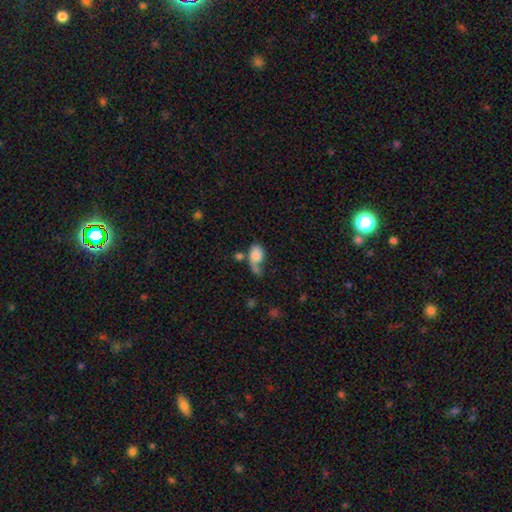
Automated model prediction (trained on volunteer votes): This is likely a smooth galaxy (73%). How rounded: likely in between (79%). Merging: marginally none (27%).